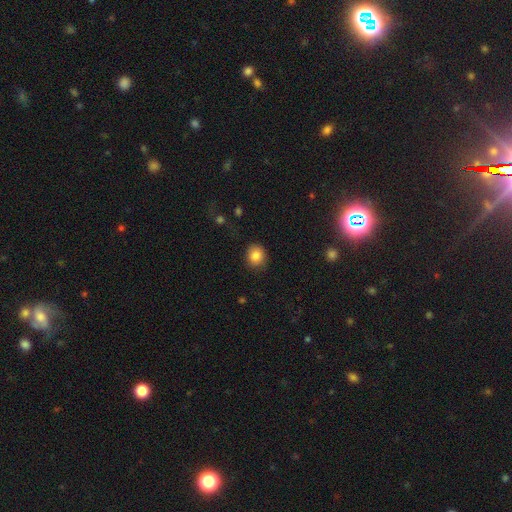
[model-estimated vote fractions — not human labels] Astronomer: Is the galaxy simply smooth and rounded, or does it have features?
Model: smooth — 85%.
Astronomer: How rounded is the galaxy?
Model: round — 75%.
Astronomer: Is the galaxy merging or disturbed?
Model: none — 85%.